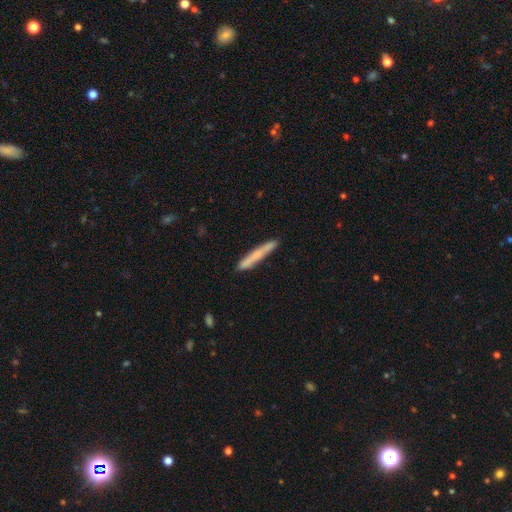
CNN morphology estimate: type=smooth (64%); roundness=cigar-shaped (96%); merging=none (86%).